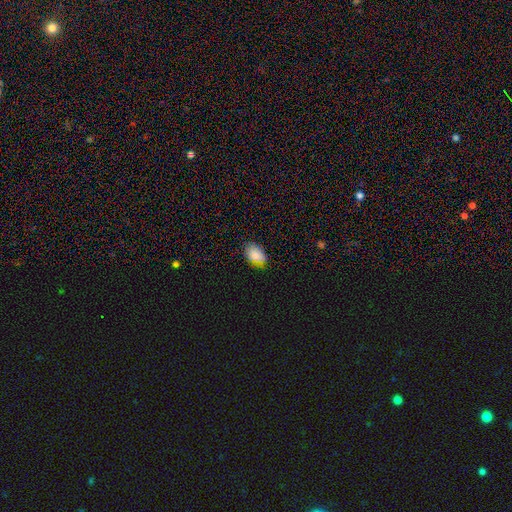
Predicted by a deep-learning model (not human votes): Overall: smooth (85%). How rounded: in between (85%). Merging: none (75%).